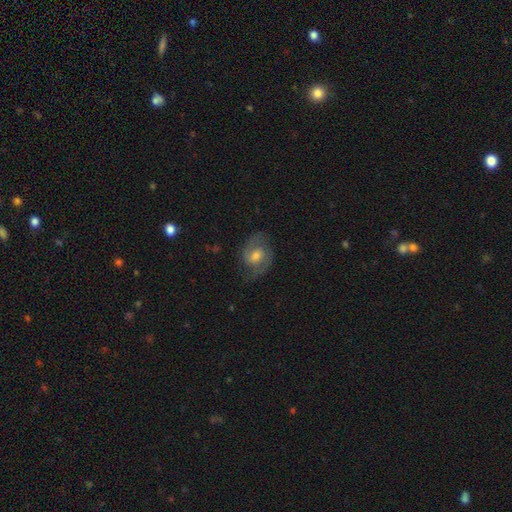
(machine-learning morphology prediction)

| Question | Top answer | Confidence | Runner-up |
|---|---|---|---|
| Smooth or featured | featured or disk | 76% | smooth (16%) |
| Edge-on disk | no | 97% | yes (3%) |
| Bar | weak | 47% | no (44%) |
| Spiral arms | yes | 93% | no (7%) |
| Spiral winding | medium | 53% | tight (24%) |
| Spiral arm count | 2 | 89% | can't tell (5%) |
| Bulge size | moderate | 61% | small (26%) |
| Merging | none | 74% | minor disturbance (17%) |